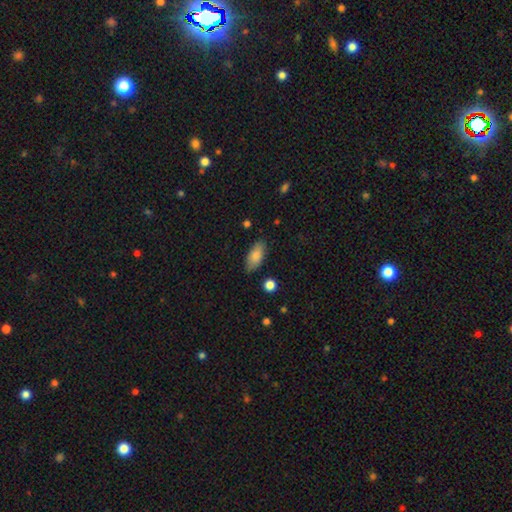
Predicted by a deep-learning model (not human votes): This appears to be a smooth galaxy with no disk features (83%) that is in between round and cigar-shaped (88%). Merging: none (84%).